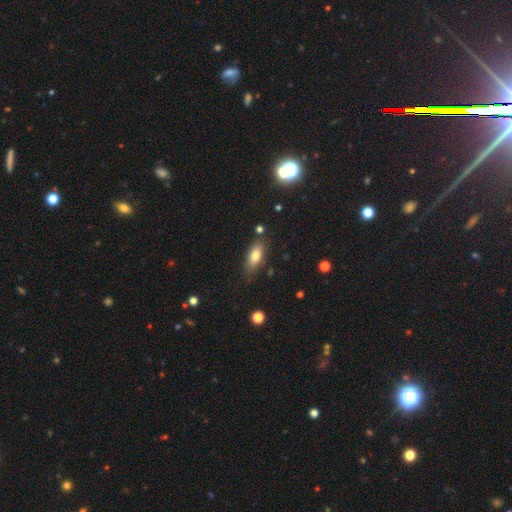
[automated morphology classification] This appears to be a smooth galaxy with no disk features (75%) that is in between round and cigar-shaped (79%). Merging: none (76%).